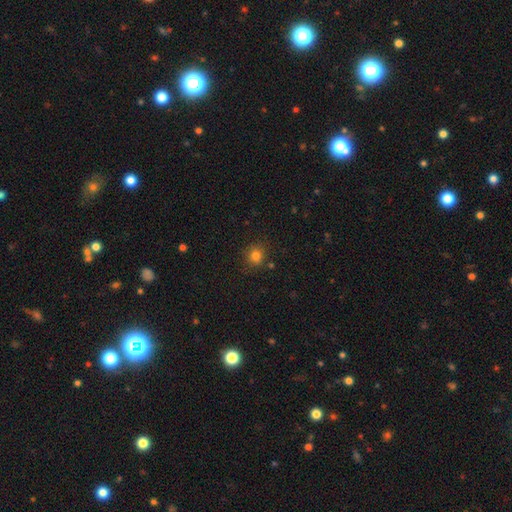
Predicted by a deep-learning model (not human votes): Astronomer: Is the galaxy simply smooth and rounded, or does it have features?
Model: smooth — 80%.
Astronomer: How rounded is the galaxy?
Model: round — 86%.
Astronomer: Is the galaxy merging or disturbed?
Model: none — 84%.